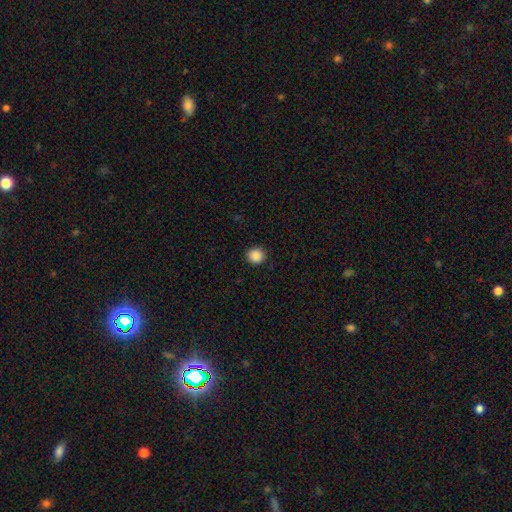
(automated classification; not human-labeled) Overall: smooth (88%). How rounded: round (84%). Merging: none (91%).